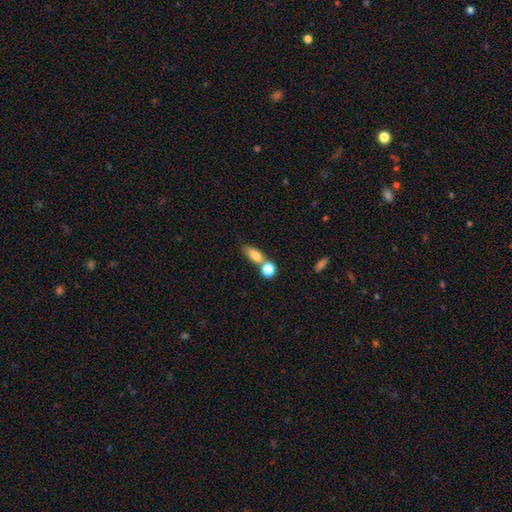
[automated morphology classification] Smooth or featured?
  - smooth: 79% *
  - featured or disk: 11%
  - star or artifact: 10%
How rounded?
  - in between: 69% *
  - cigar-shaped: 17%
  - round: 14%
Merging?
  - none: 44% *
  - merger: 39%
  - minor disturbance: 12%
  - major disturbance: 5%